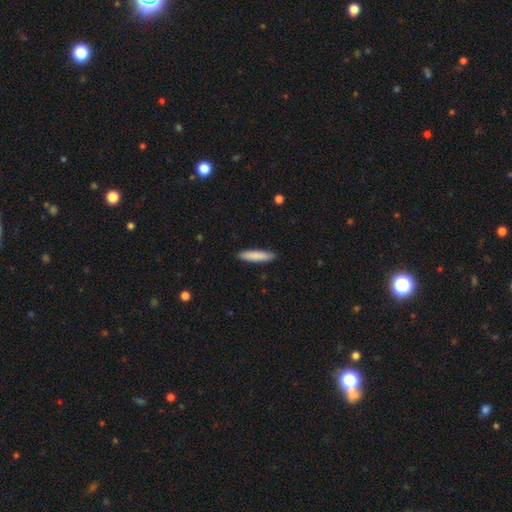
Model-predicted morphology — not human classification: A smooth galaxy with no disk features (85%) that is cigar-shaped (82%).

Vote fractions:
- Smooth or featured? smooth: 85% / featured or disk: 10% / star or artifact: 5%
- How rounded? cigar-shaped: 82% / in between: 16% / round: 1%
- Merging? none: 89% / minor disturbance: 8% / major disturbance: 2% / merger: 1%